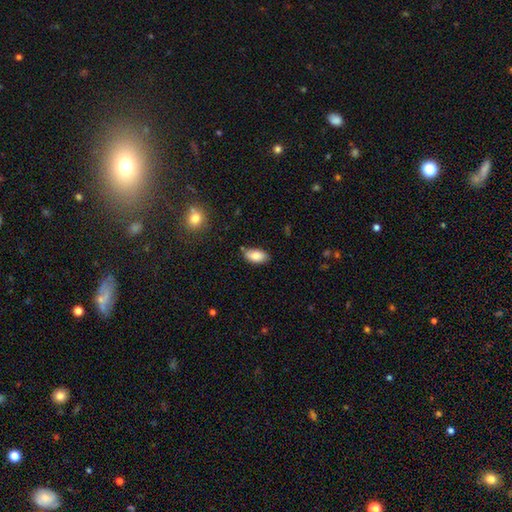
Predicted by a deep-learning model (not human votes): A smooth galaxy with no disk features (84%) that is in between round and cigar-shaped (94%). Merging: none (77%).